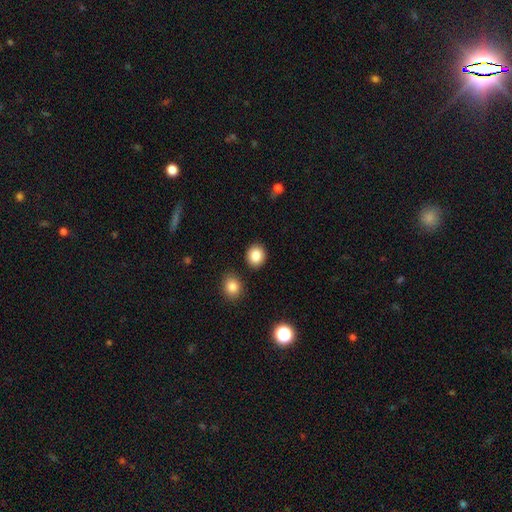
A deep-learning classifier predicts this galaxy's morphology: This appears to be a smooth galaxy with no disk features (86%) that is round (65%). Merging: none (86%).